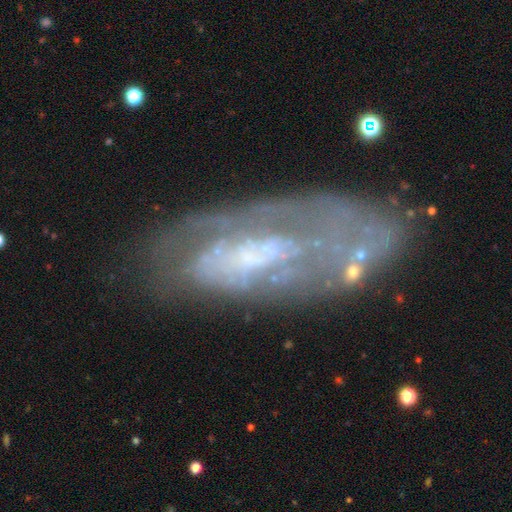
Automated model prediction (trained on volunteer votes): Smooth or featured? Predicted: featured or disk (p=0.72). Edge-on disk? Predicted: no (p=0.88). Bar? Predicted: no (p=0.58). Spiral arms? Predicted: yes (p=0.64). Bulge size? Predicted: small (p=0.47). Merging? Predicted: none (p=0.62).